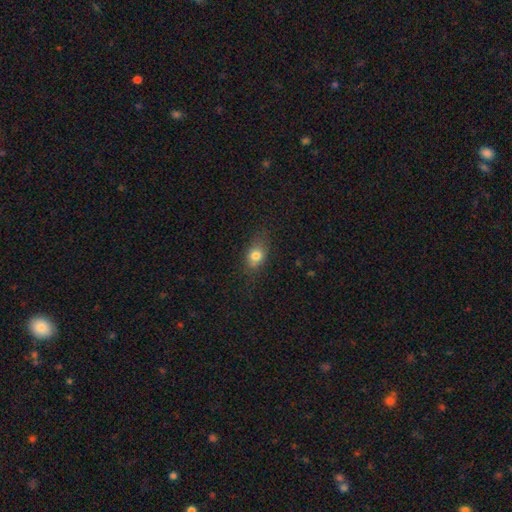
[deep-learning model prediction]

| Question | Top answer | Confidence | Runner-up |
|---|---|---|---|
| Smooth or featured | smooth | 76% | featured or disk (12%) |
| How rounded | in between | 69% | round (26%) |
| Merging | none | 69% | minor disturbance (21%) |